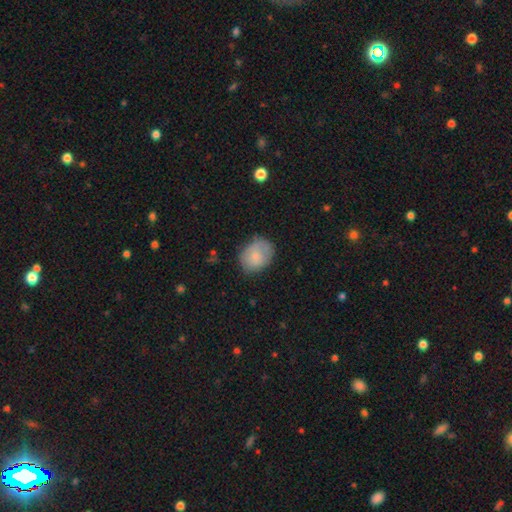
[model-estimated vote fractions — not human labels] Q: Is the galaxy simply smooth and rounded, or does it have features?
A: smooth — 75%.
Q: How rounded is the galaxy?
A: in between — 59%.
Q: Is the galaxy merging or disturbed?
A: none — 64%.